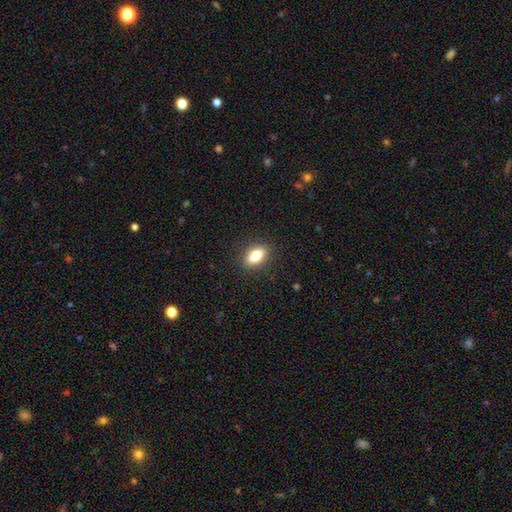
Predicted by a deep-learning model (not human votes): smooth 79%, featured or disk 12%, star or artifact 9%. Down the decision tree: how rounded — in between (84%); merging — none (88%).